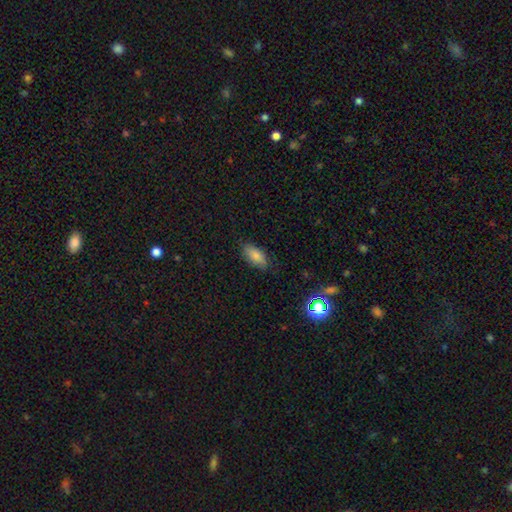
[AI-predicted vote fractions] A smooth galaxy with no disk features (83%) that is in between round and cigar-shaped (88%). Merging: none (80%).